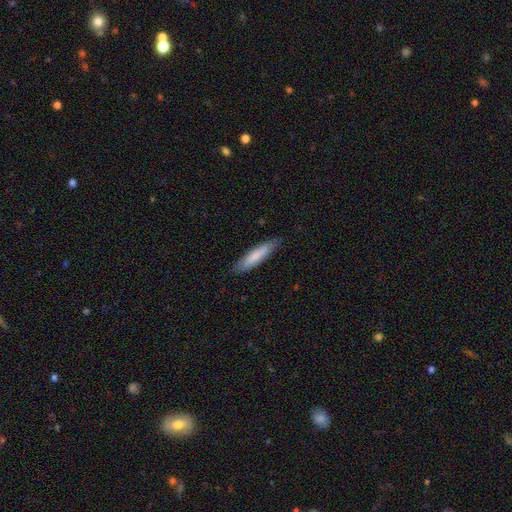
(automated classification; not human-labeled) smooth 79%, featured or disk 16%, star or artifact 5%. Down the decision tree: how rounded — cigar-shaped (82%); merging — none (85%).